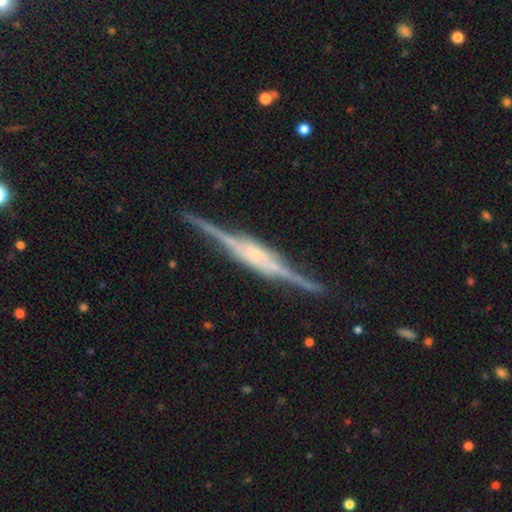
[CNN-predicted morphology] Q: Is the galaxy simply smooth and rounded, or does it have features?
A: featured or disk — 89%.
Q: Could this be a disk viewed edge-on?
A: yes — 98%.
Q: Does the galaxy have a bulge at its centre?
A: boxy — 60%.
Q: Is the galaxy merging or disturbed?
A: none — 86%.